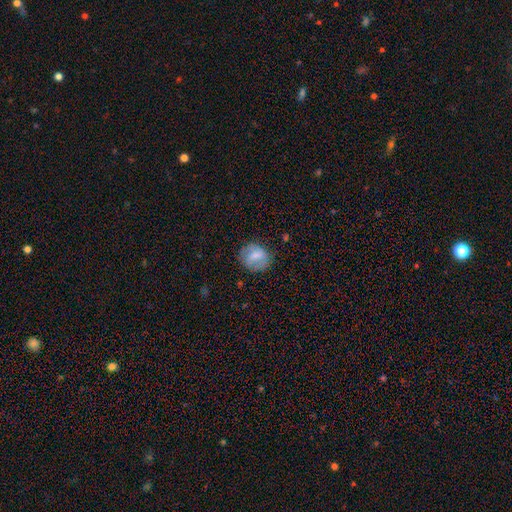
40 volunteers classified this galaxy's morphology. Smooth or featured? 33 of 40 (82%) said smooth. How rounded? 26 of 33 (79%) said round. Merging? 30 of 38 (79%) said none.